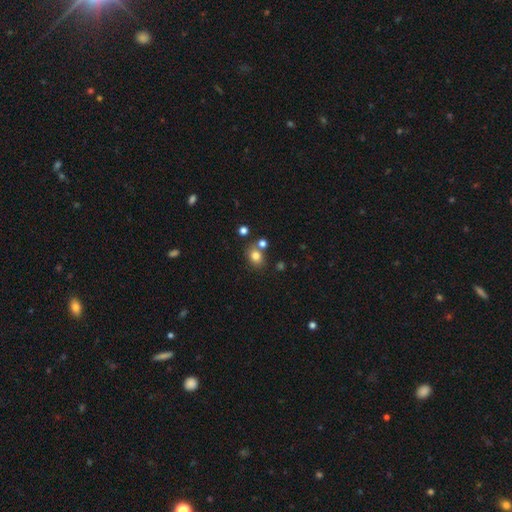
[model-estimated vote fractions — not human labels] Morphology: type=smooth (79%); roundness=round (53%); merging=none (67%).